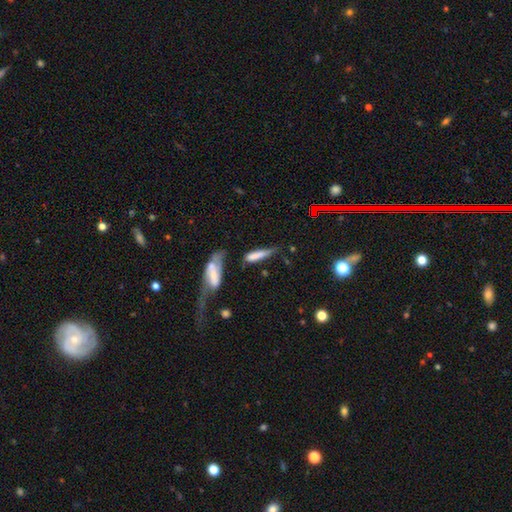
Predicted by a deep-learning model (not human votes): A smooth galaxy with no disk features (69%) that is cigar-shaped (78%). Merging: none (40%).